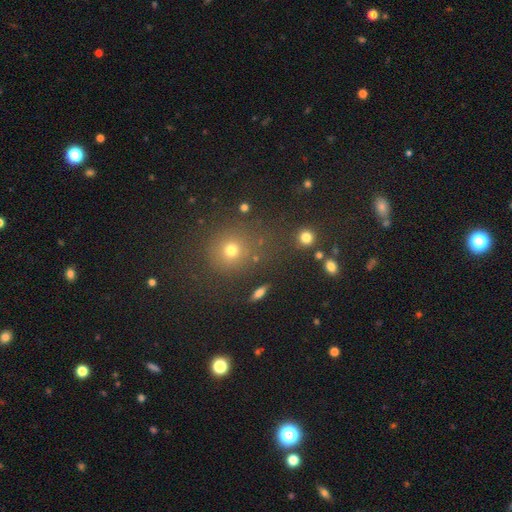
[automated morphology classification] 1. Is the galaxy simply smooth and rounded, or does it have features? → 54% smooth, 38% star or artifact, 8% featured or disk.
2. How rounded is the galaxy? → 86% round, 13% in between, 1% cigar-shaped.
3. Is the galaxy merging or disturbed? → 80% none, 10% minor disturbance, 6% merger, 5% major disturbance.